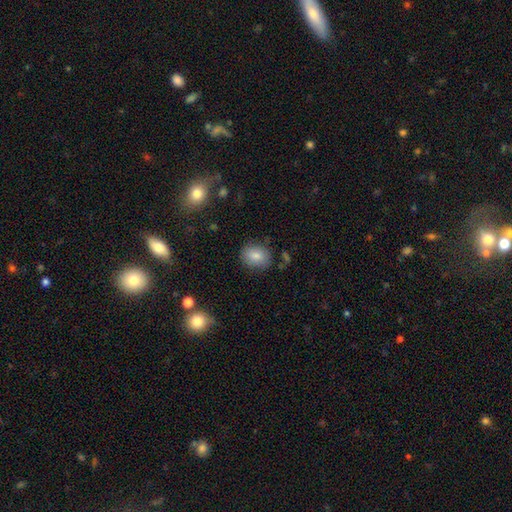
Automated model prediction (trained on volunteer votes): This appears to be a smooth galaxy with no disk features (83%) that is in between round and cigar-shaped (50%). Merging: none (81%).